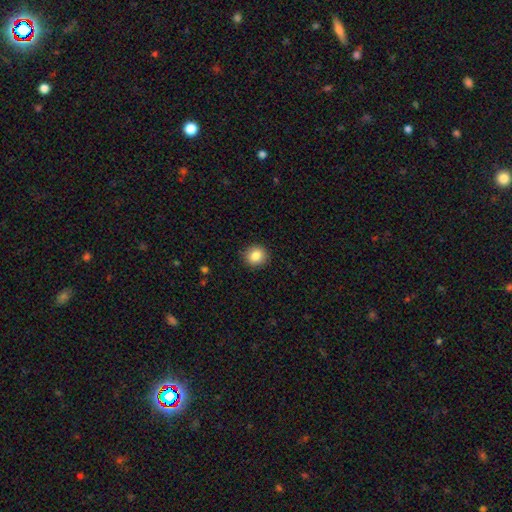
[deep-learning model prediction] smooth 85%, star or artifact 9%, featured or disk 5%. Down the decision tree: how rounded — round (87%); merging — none (91%).